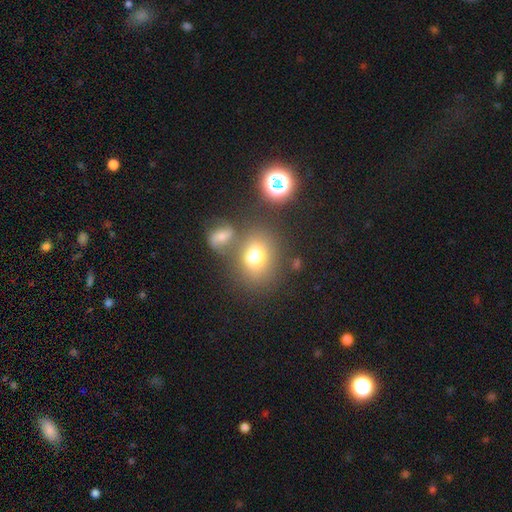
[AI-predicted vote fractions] Morphology: type=smooth (72%); roundness=in between (50%); merging=none (56%).